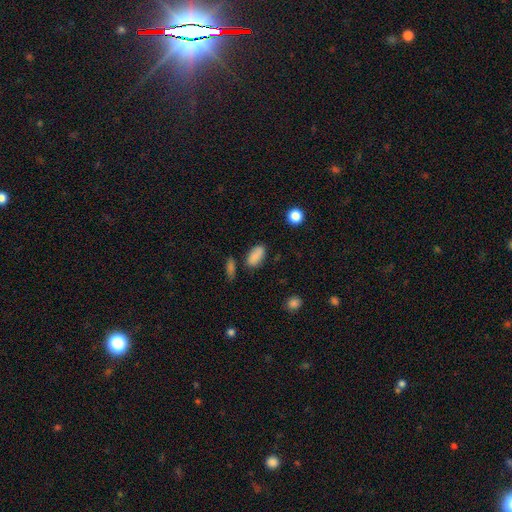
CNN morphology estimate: smooth_or_featured: smooth (p=0.86) [alt: star or artifact p=0.08]
how_rounded: in between (p=0.91) [alt: cigar-shaped p=0.05]
merging: none (p=0.78) [alt: minor disturbance p=0.12]